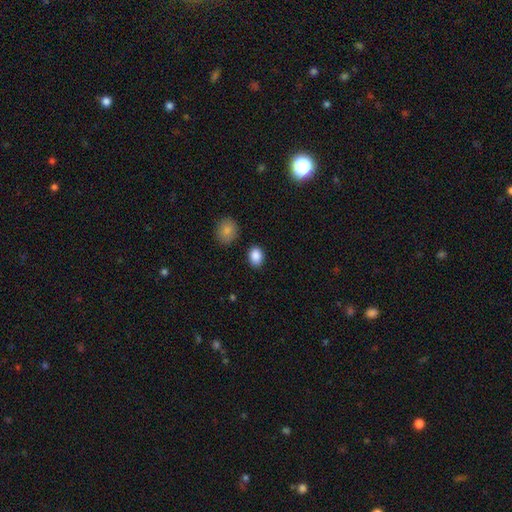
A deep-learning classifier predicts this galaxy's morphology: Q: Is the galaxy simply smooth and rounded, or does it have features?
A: smooth — 88%.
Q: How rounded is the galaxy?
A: in between — 70%.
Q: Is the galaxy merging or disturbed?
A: none — 86%.